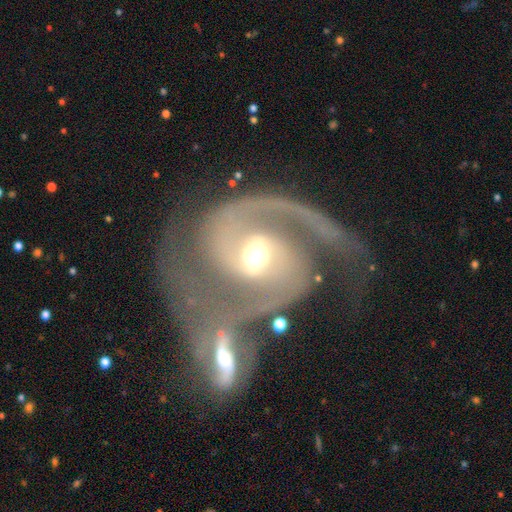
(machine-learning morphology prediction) featured or disk 92%, star or artifact 4%, smooth 4%. Down the decision tree: edge-on disk — no (98%); bar — weak (43%); spiral arms — yes (97%); spiral arm count — 2 (89%); spiral winding — medium (52%); bulge size — moderate (71%); merging — none (39%).